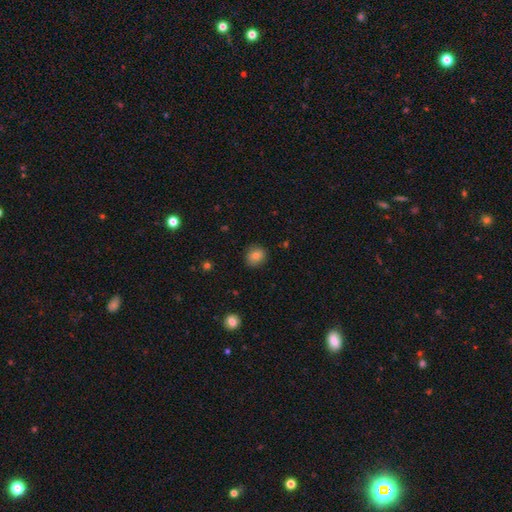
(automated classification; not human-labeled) smooth_or_featured: smooth (p=0.78) [alt: star or artifact p=0.11]
how_rounded: round (p=0.79) [alt: in between p=0.20]
merging: none (p=0.86) [alt: minor disturbance p=0.10]